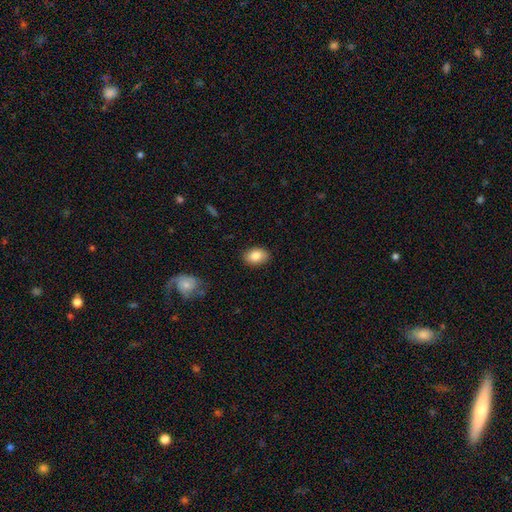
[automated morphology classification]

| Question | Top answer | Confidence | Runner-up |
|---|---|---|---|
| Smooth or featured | smooth | 85% | featured or disk (7%) |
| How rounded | in between | 83% | round (16%) |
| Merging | none | 88% | minor disturbance (9%) |